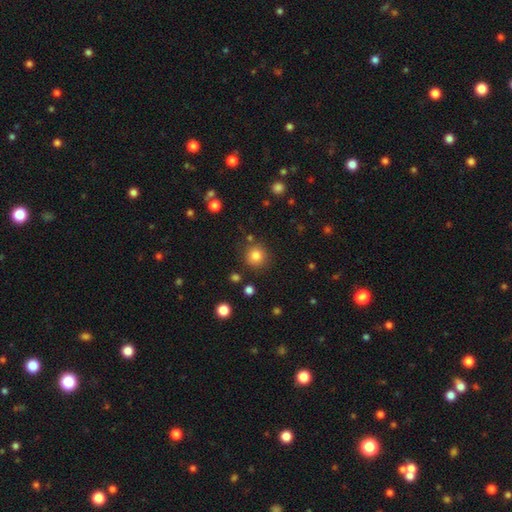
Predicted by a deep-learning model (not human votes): Smooth or featured: smooth — 83% (star or artifact — 12%)
How rounded: round — 93% (in between — 6%)
Merging: none — 85% (minor disturbance — 8%)